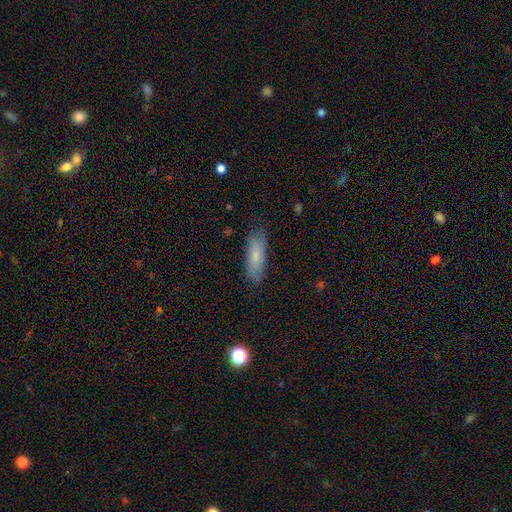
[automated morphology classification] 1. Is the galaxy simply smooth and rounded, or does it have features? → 77% smooth, 16% featured or disk, 7% star or artifact.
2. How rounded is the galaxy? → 54% in between, 44% cigar-shaped, 2% round.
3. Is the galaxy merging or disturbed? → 80% none, 16% minor disturbance, 3% major disturbance, 1% merger.